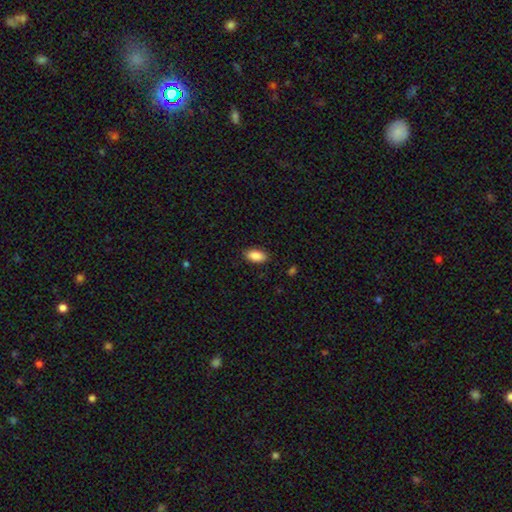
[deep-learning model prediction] Smooth or featured? Predicted: smooth (p=0.89). How rounded? Predicted: in between (p=0.93). Merging? Predicted: none (p=0.88).